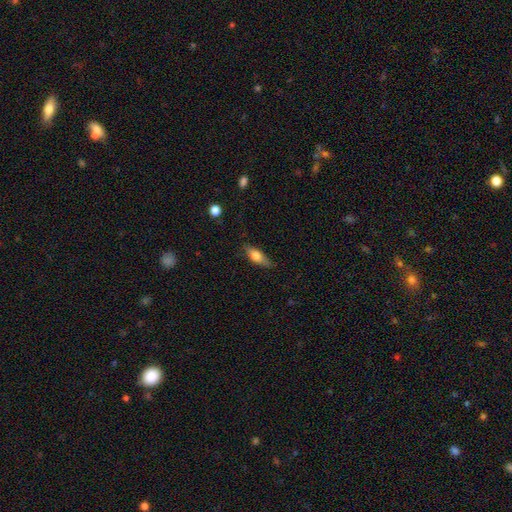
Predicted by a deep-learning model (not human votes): Smooth or featured?
  - smooth: 63% *
  - featured or disk: 30%
  - star or artifact: 7%
How rounded?
  - in between: 62% *
  - cigar-shaped: 34%
  - round: 4%
Merging?
  - none: 76% *
  - minor disturbance: 18%
  - major disturbance: 4%
  - merger: 1%